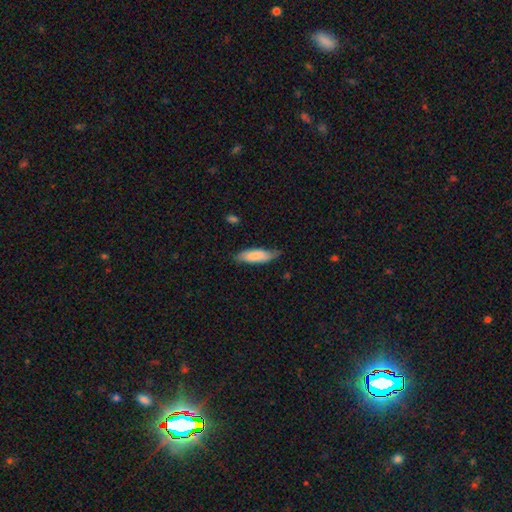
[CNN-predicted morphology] smooth-or-featured: smooth: 83% | featured or disk: 11% | star or artifact: 5%
  how-rounded: in between: 50% | cigar-shaped: 48% | round: 1%
  merging: none: 69% | minor disturbance: 25% | major disturbance: 4% | merger: 1%